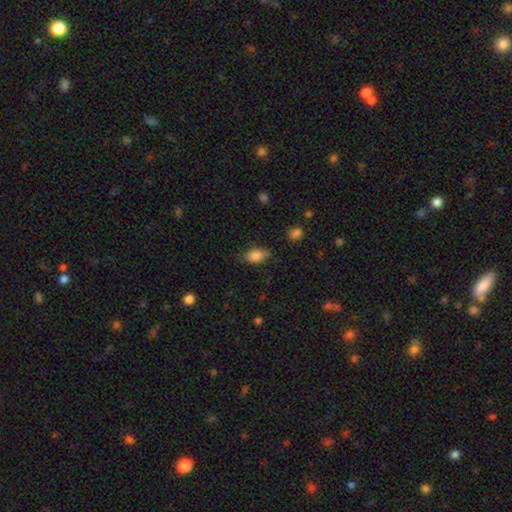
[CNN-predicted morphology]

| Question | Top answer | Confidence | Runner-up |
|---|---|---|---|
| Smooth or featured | smooth | 82% | featured or disk (9%) |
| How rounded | in between | 84% | round (11%) |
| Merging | none | 68% | minor disturbance (25%) |